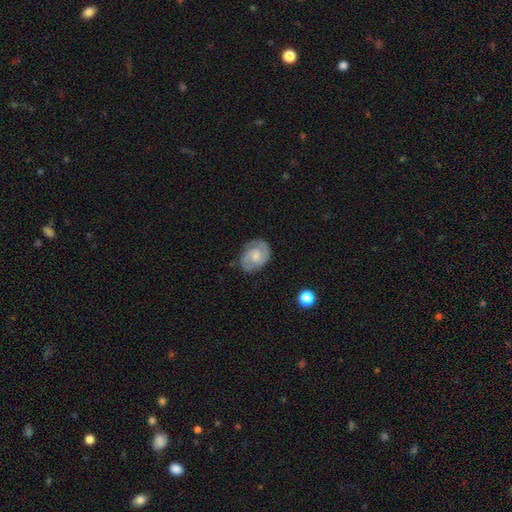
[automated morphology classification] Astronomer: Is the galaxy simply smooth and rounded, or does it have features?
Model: featured or disk — 78%.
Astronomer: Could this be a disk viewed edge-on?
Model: no — 98%.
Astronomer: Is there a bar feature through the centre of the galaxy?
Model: no — 50% (runner-up: weak, 44%).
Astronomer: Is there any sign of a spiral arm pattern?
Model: yes — 95%.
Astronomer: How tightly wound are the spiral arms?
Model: medium — 45%, tied with tight at 45%.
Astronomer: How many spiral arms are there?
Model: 2 — 86%.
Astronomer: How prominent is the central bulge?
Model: moderate — 45% (runner-up: small, 40%).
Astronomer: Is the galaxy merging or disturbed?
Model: none — 79%.